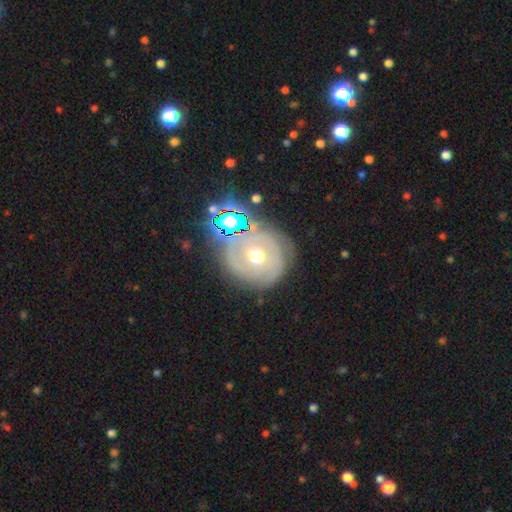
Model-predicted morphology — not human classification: Overall: featured or disk (58%; smooth 27%). Edge-on disk: no (95%). Bar: no (73%). Spiral arms: yes (63%; no 37%). Bulge size: moderate (75%). Merging: none (68%).